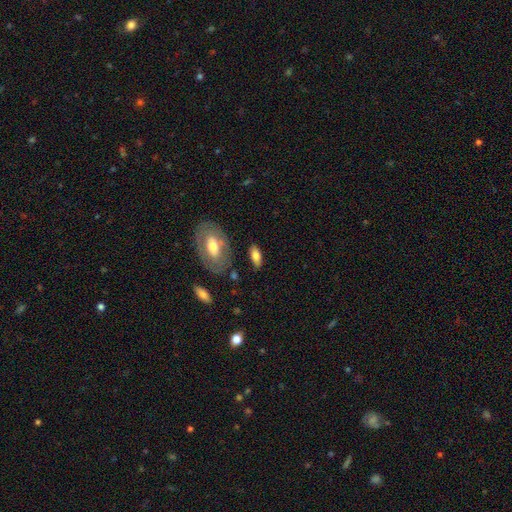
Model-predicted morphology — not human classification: Smooth or featured? Predicted: smooth (p=0.71). How rounded? Predicted: in between (p=0.83). Merging? Predicted: none (p=0.79).